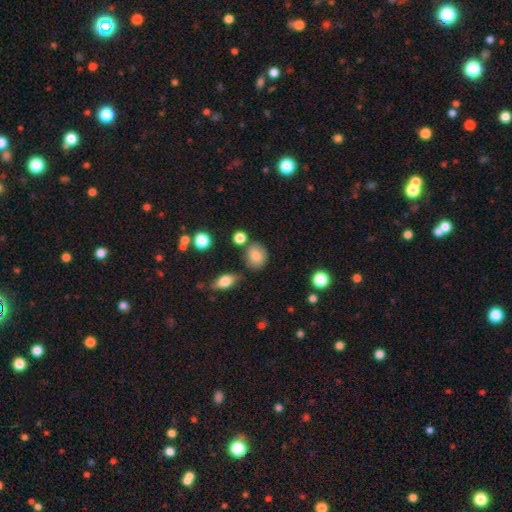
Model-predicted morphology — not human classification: The model was most divided on "how rounded": in between: 50%, round: 49%, cigar-shaped: 1%. More confident: smooth or featured — smooth (80%); merging — none (68%).